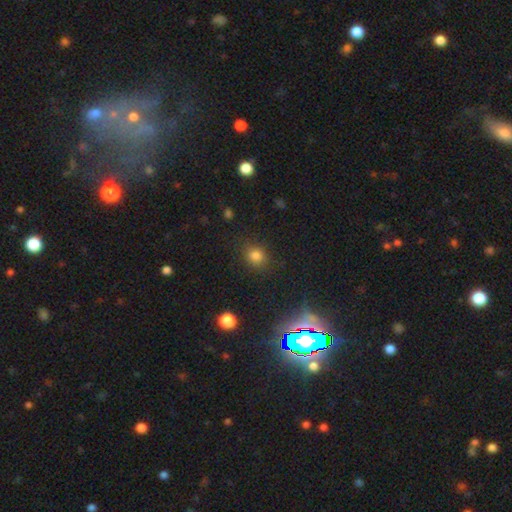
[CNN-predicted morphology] Smooth or featured?
  - smooth: 78% *
  - star or artifact: 17%
  - featured or disk: 5%
How rounded?
  - round: 74% *
  - in between: 25%
  - cigar-shaped: 1%
Merging?
  - none: 84% *
  - minor disturbance: 10%
  - major disturbance: 4%
  - merger: 2%